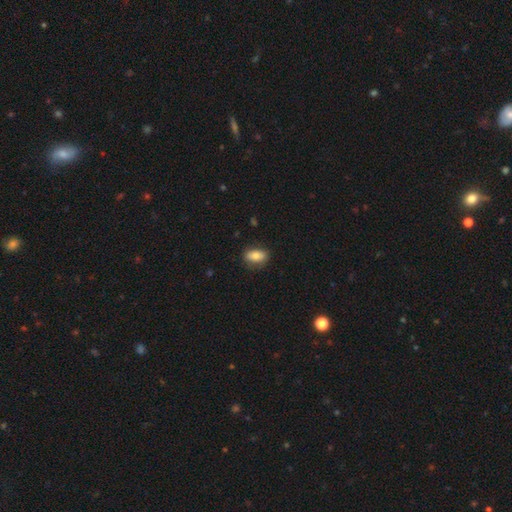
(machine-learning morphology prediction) Smooth or featured?
  - smooth: 79% *
  - featured or disk: 14%
  - star or artifact: 7%
How rounded?
  - in between: 87% *
  - round: 8%
  - cigar-shaped: 4%
Merging?
  - none: 82% *
  - minor disturbance: 14%
  - major disturbance: 3%
  - merger: 1%